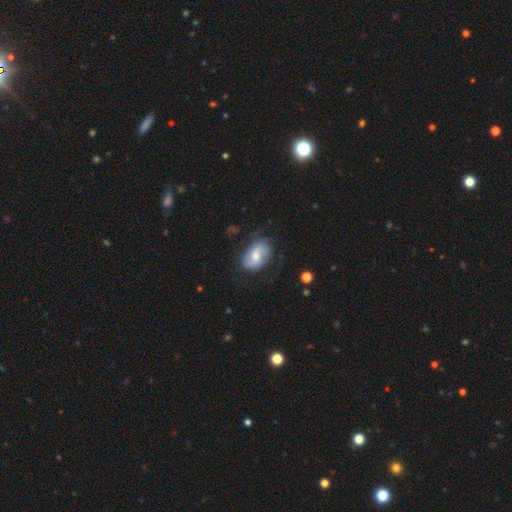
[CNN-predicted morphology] Smooth or featured? Predicted: featured or disk (p=0.49). Merging? Predicted: none (p=0.66).